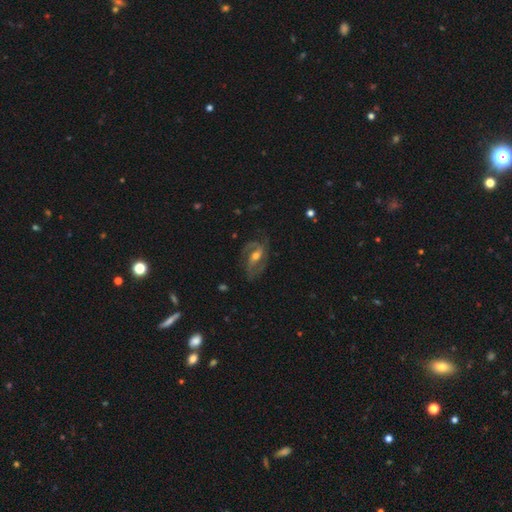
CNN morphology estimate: The model was most divided on "bar": weak: 43%, no: 29%, strong: 28%. More confident: edge-on disk — no (95%); spiral arms — yes (94%); smooth or featured — featured or disk (84%); merging — none (70%); spiral arm count — 2 (70%); bulge size — moderate (63%); spiral winding — medium (52%).